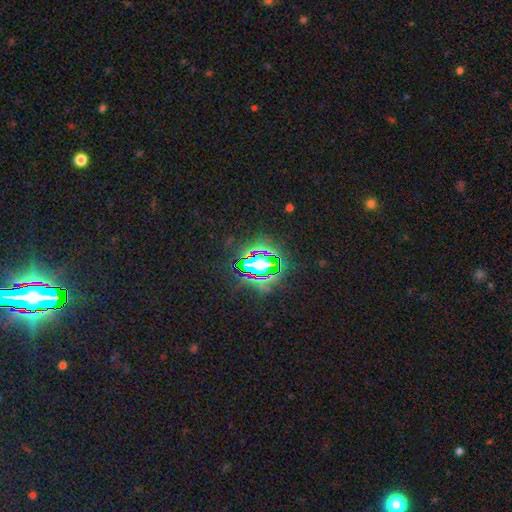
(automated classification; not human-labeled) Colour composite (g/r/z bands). It shows a star or artifact, not a galaxy (81%).